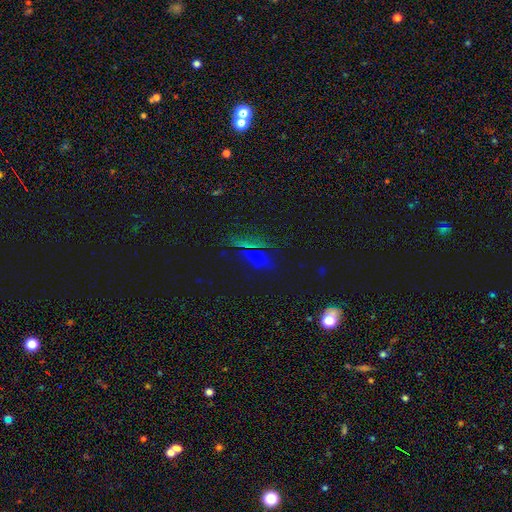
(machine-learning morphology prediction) Smooth or featured? smooth (49%)
Merging? none (79%)